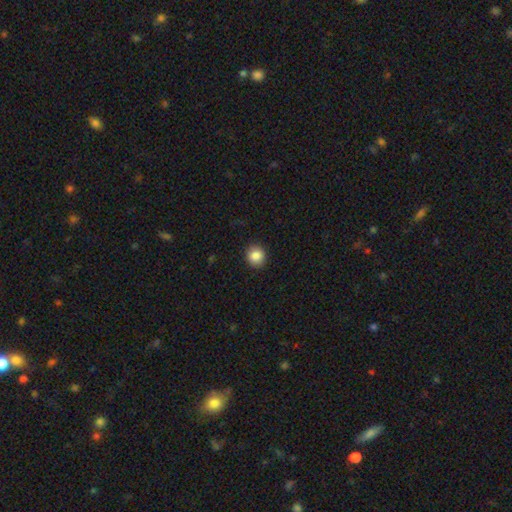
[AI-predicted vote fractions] Morphology: type=smooth (86%); roundness=round (85%); merging=none (91%).